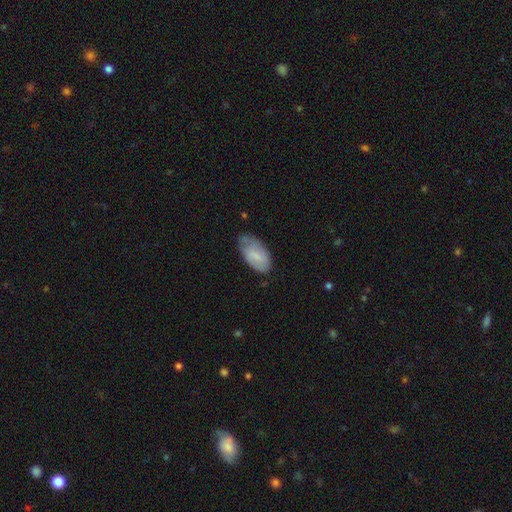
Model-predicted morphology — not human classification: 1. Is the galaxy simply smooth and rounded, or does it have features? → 69% smooth, 24% featured or disk, 6% star or artifact.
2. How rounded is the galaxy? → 94% in between, 3% cigar-shaped, 3% round.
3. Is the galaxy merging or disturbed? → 58% none, 32% minor disturbance, 8% major disturbance, 2% merger.